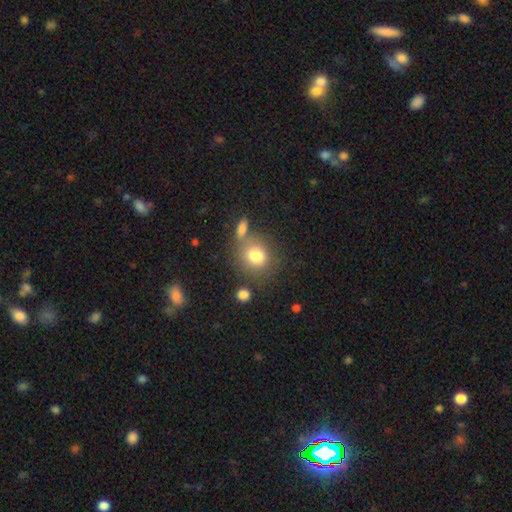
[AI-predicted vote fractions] Smooth or featured?
  - smooth: 79% *
  - featured or disk: 11%
  - star or artifact: 10%
How rounded?
  - round: 79% *
  - in between: 20%
  - cigar-shaped: 1%
Merging?
  - none: 61% *
  - merger: 19%
  - minor disturbance: 13%
  - major disturbance: 6%